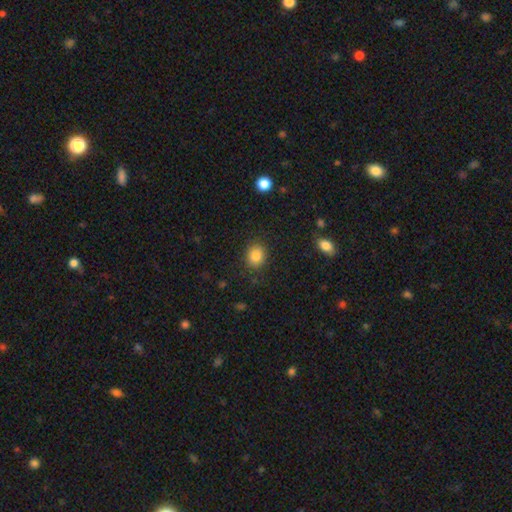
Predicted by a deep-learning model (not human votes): smooth-or-featured: smooth: 86% | star or artifact: 9% | featured or disk: 5%
  how-rounded: round: 69% | in between: 30% | cigar-shaped: 1%
  merging: none: 86% | minor disturbance: 9% | major disturbance: 3% | merger: 1%